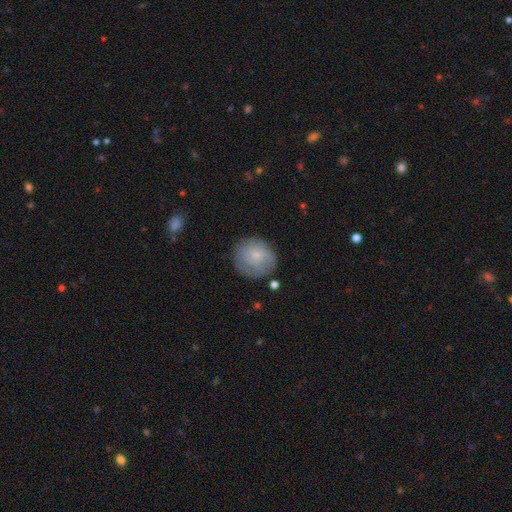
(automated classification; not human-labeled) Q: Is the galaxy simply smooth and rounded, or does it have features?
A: smooth — 69%.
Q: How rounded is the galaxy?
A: round — 87%.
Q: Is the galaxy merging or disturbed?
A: none — 72%.